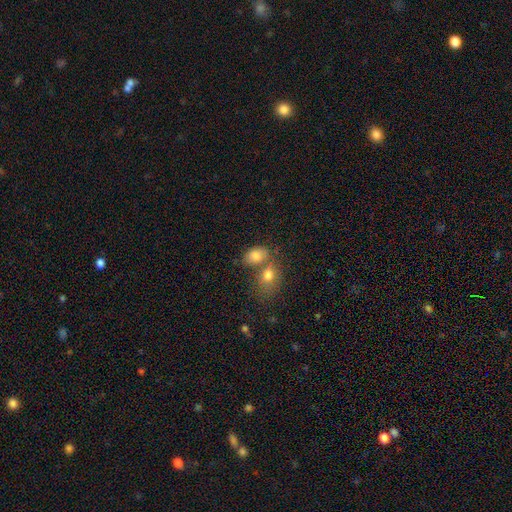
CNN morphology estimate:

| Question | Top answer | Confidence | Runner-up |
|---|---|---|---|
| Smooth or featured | smooth | 81% | featured or disk (10%) |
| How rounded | in between | 82% | round (16%) |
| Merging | merger | 42% | none (41%) |